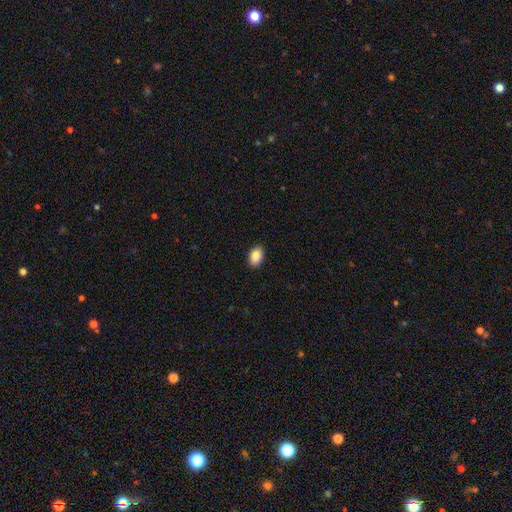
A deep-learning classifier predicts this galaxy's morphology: Smooth or featured? smooth (87%)
How rounded? in between (88%)
Merging? none (91%)